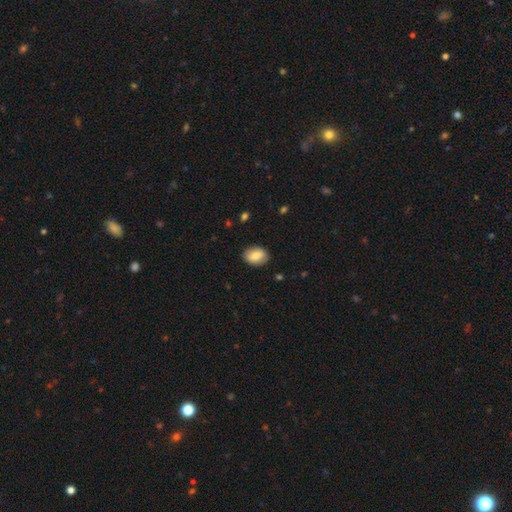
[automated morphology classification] smooth 76%, featured or disk 17%, star or artifact 7%. Down the decision tree: how rounded — in between (74%); merging — none (87%).